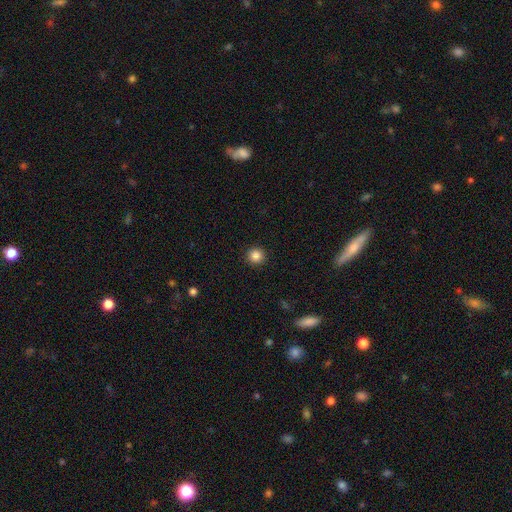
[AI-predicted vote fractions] smooth 85%, star or artifact 11%, featured or disk 4%. Down the decision tree: how rounded — round (96%); merging — none (93%).